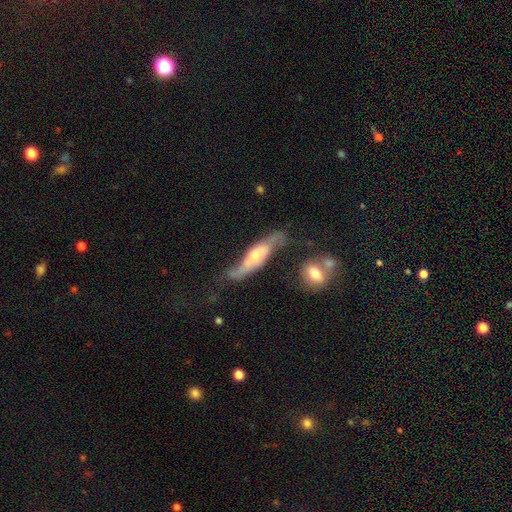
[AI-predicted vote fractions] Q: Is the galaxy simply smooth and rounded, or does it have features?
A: featured or disk — 72%.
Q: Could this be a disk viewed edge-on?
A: no — 62%.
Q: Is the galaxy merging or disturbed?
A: none — 48%.